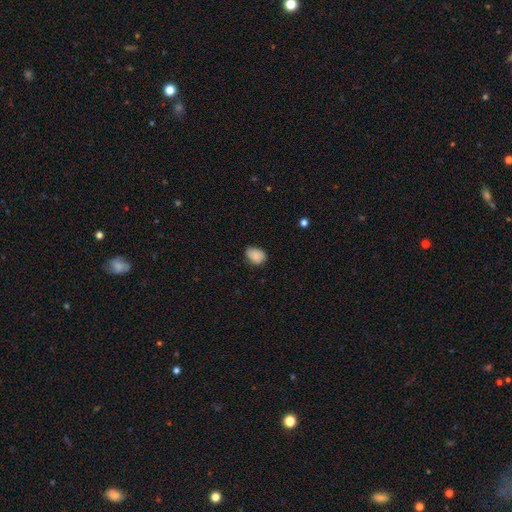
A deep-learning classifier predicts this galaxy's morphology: smooth 85%, star or artifact 8%, featured or disk 7%. Down the decision tree: how rounded — in between (70%); merging — none (67%).